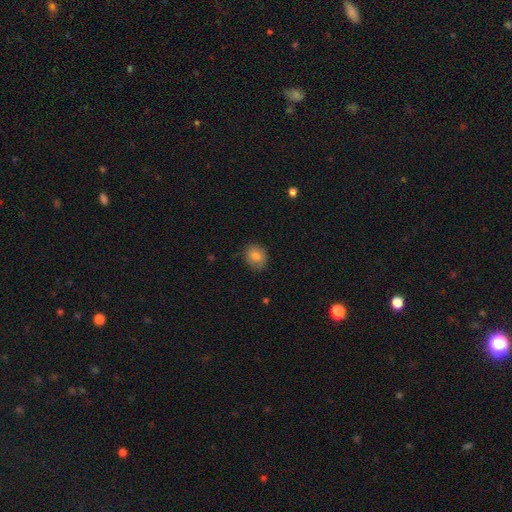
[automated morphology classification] Smooth or featured? smooth (81%)
How rounded? round (64%)
Merging? none (79%)